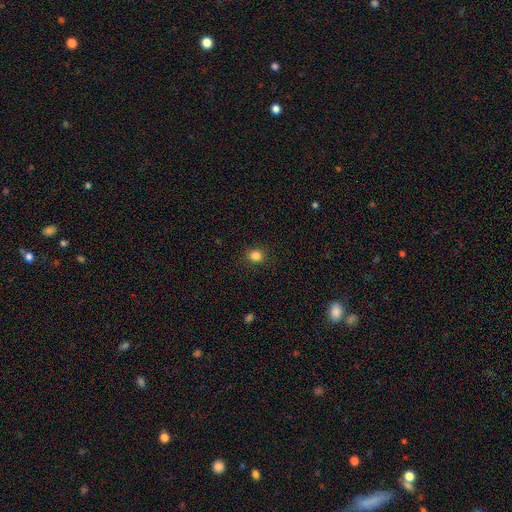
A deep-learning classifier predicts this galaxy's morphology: Overall: smooth (84%). How rounded: round (81%). Merging: none (89%).